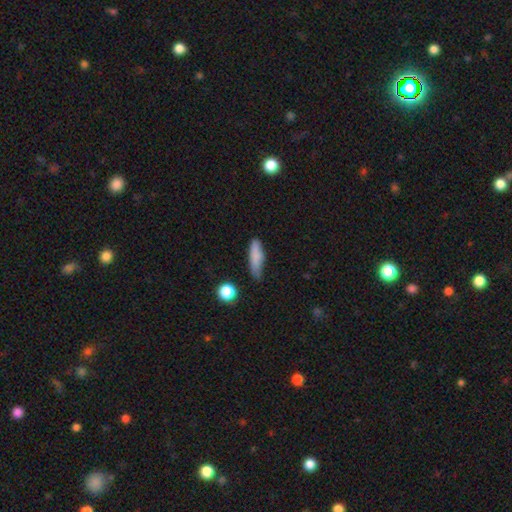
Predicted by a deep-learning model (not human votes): Smooth or featured? Predicted: smooth (p=0.81). How rounded? Predicted: cigar-shaped (p=0.65). Merging? Predicted: none (p=0.61).